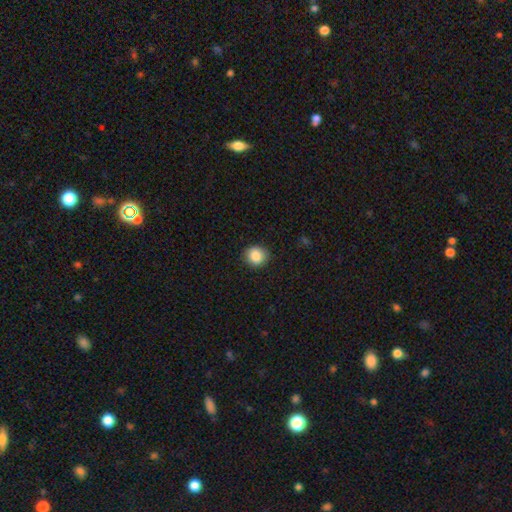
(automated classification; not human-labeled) Smooth or featured? smooth (87%)
How rounded? round (85%)
Merging? none (89%)